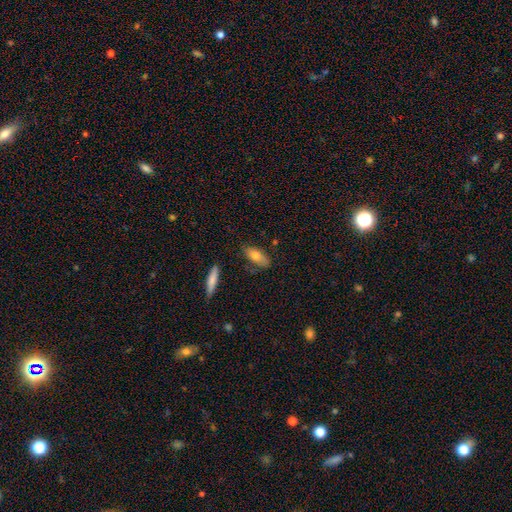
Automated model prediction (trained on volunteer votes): Morphology: type=smooth (70%); roundness=in between (80%); merging=none (74%).